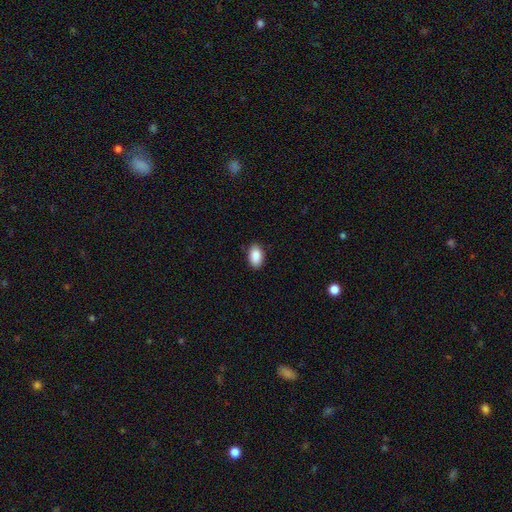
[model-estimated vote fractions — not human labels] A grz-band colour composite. It shows a smooth galaxy with no disk features (89%) that is in between round and cigar-shaped (92%). Merging: none (87%).